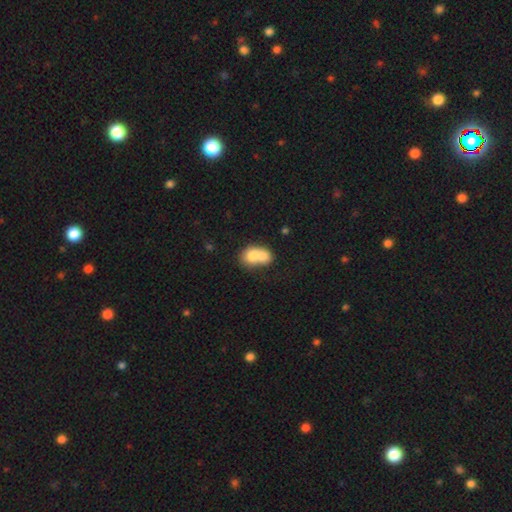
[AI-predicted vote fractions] smooth-or-featured: smooth: 72% | featured or disk: 20% | star or artifact: 8%
  how-rounded: in between: 51% | round: 47% | cigar-shaped: 1%
  merging: merger: 75% | none: 17% | minor disturbance: 6% | major disturbance: 3%